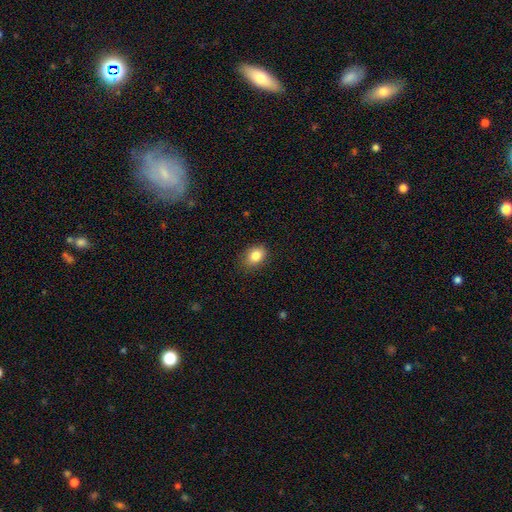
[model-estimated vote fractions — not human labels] Overall: smooth (84%). How rounded: in between (67%; round 32%). Merging: none (82%).